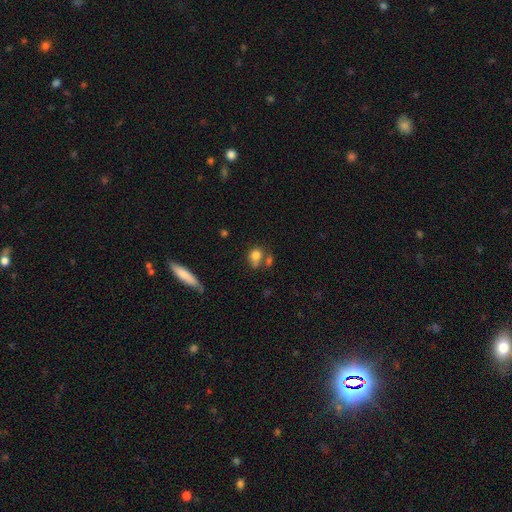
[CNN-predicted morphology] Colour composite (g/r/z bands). It shows a smooth galaxy with no disk features (78%) that is round (53%). Merging: none (44%).